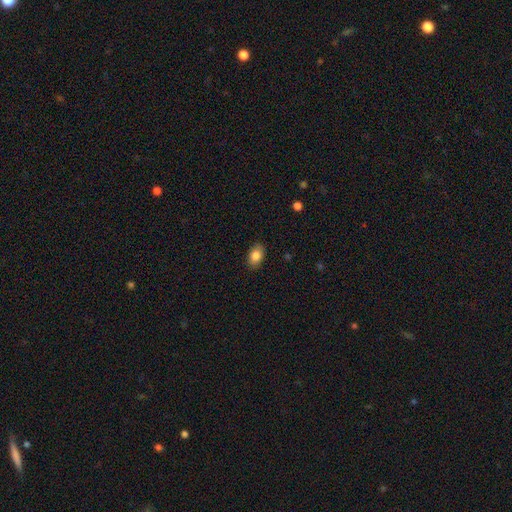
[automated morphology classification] A smooth galaxy with no disk features (84%) that is in between round and cigar-shaped (86%).

Vote fractions:
- Smooth or featured? smooth: 84% / star or artifact: 8% / featured or disk: 8%
- How rounded? in between: 86% / round: 13% / cigar-shaped: 1%
- Merging? none: 88% / minor disturbance: 9% / major disturbance: 2% / merger: 1%